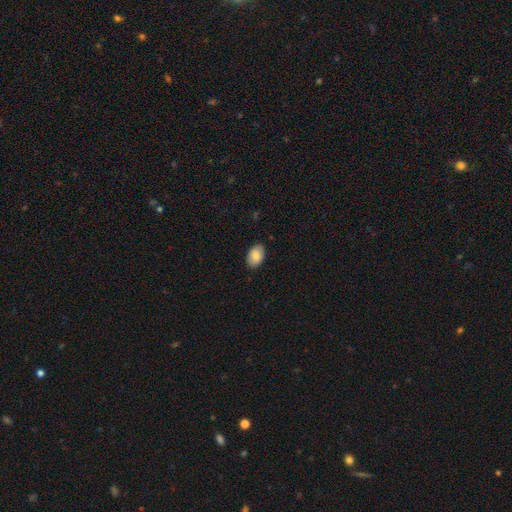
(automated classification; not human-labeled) Smooth or featured?
  - smooth: 83% *
  - featured or disk: 10%
  - star or artifact: 6%
How rounded?
  - in between: 91% *
  - round: 8%
  - cigar-shaped: 1%
Merging?
  - none: 88% *
  - minor disturbance: 10%
  - major disturbance: 2%
  - merger: 1%